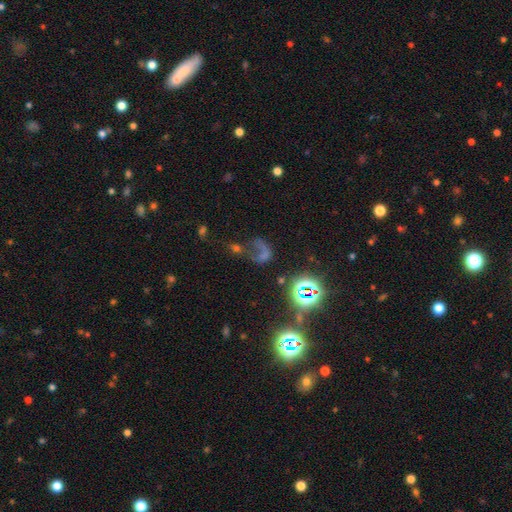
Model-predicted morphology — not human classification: Q: Smooth or featured?
A: star or artifact (68%); runner-up: smooth (18%)